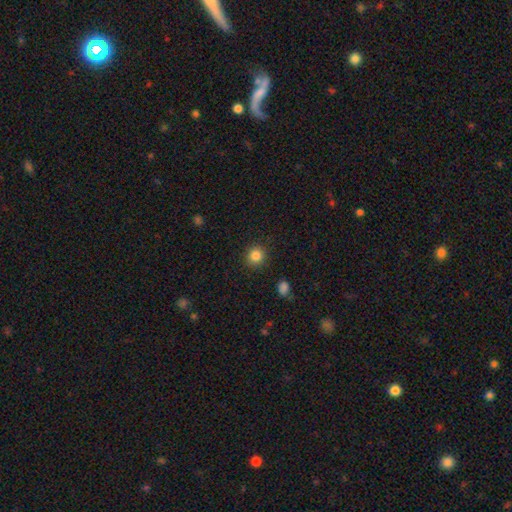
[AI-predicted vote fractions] Q: Smooth or featured?
A: smooth (85%); runner-up: star or artifact (11%)
Q: How rounded?
A: round (89%); runner-up: in between (10%)
Q: Merging?
A: none (90%); runner-up: minor disturbance (6%)